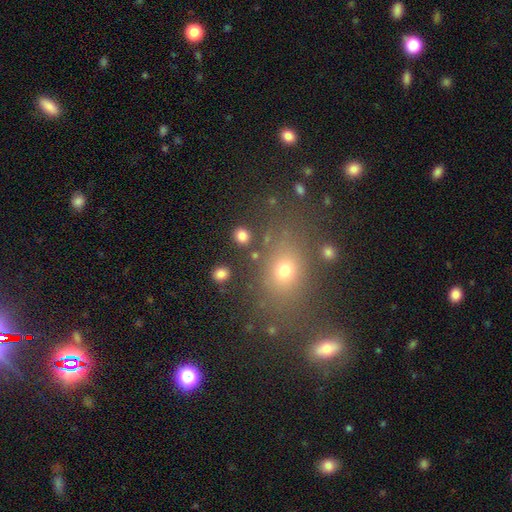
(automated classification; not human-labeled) Smooth or featured? smooth (68%)
How rounded? round (51%)
Merging? none (75%)